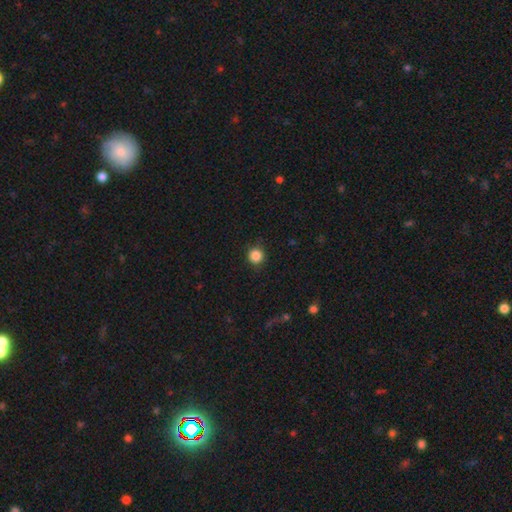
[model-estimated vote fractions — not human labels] A smooth galaxy with no disk features (86%) that is round (95%). Merging: none (89%).